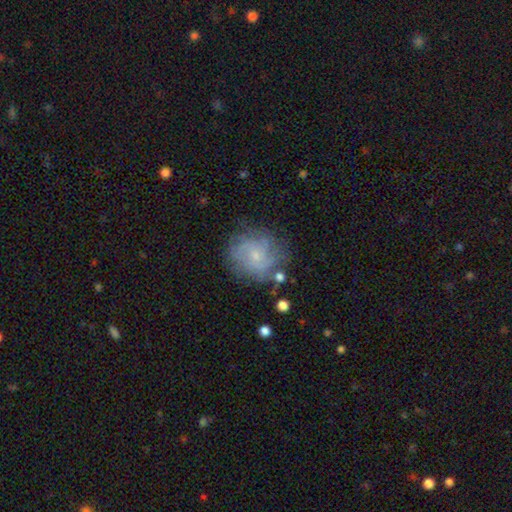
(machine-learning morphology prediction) The model was most divided on "smooth or featured": featured or disk: 58%, smooth: 32%, star or artifact: 10%. More confident: edge-on disk — no (98%); spiral arms — yes (80%); bar — no (79%); bulge size — small (78%); merging — none (68%).